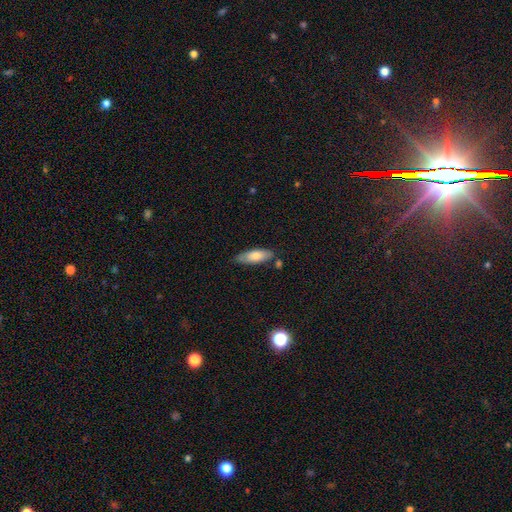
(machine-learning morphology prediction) Smooth or featured: smooth — 74% (featured or disk — 20%)
How rounded: in between — 58% (cigar-shaped — 40%)
Merging: none — 75% (minor disturbance — 16%)